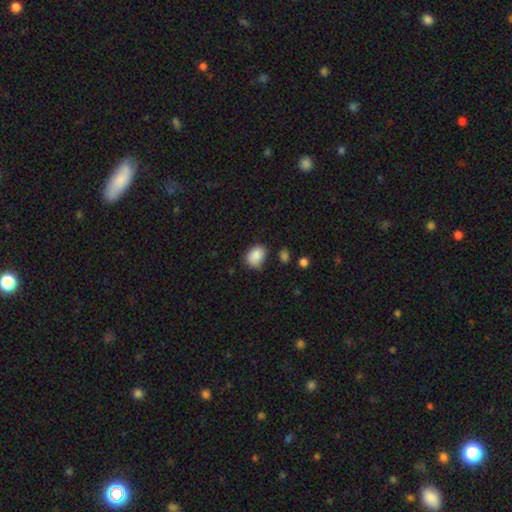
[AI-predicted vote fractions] smooth-or-featured: smooth: 88% | star or artifact: 8% | featured or disk: 4%
  how-rounded: in between: 70% | round: 29% | cigar-shaped: 1%
  merging: none: 69% | minor disturbance: 23% | major disturbance: 5% | merger: 3%